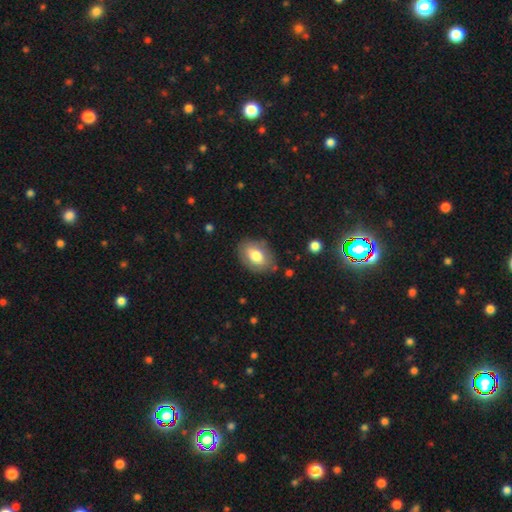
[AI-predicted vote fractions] A smooth galaxy with no disk features (74%) that is in between round and cigar-shaped (84%).

Vote fractions:
- Smooth or featured? smooth: 74% / featured or disk: 19% / star or artifact: 7%
- How rounded? in between: 84% / round: 15% / cigar-shaped: 1%
- Merging? none: 79% / minor disturbance: 15% / major disturbance: 4% / merger: 2%